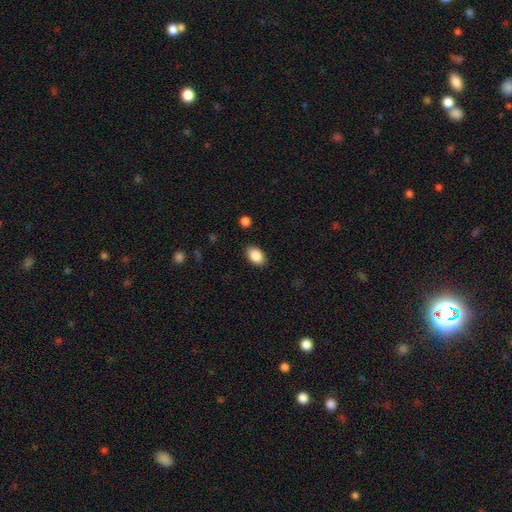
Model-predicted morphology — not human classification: A smooth galaxy with no disk features (87%) that is in between round and cigar-shaped (86%). Merging: none (87%).